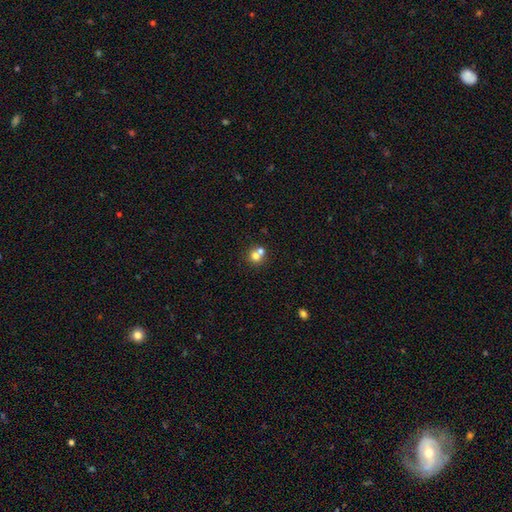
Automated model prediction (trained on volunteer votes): A smooth galaxy with no disk features (71%) that is round (84%).

Vote fractions:
- Smooth or featured? smooth: 71% / featured or disk: 15% / star or artifact: 13%
- How rounded? round: 84% / in between: 15% / cigar-shaped: 1%
- Merging? merger: 50% / none: 41% / minor disturbance: 6% / major disturbance: 3%